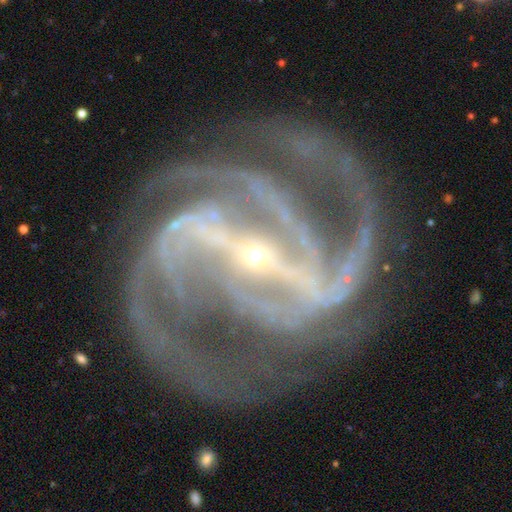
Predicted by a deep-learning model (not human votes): A featured or disk galaxy (93%) with a strong bar (84%), 3 (28%) medium (49%) spiral arms (99%) and a small central bulge (87%).

Vote fractions:
- Smooth or featured? featured or disk: 93% / star or artifact: 5% / smooth: 2%
- Edge-on disk? no: 97% / yes: 3%
- Bar? strong: 84% / weak: 11% / no: 5%
- Spiral arms? yes: 99% / no: 1%
- Spiral winding? medium: 49% / tight: 40% / loose: 11%
- Spiral arm count? 3: 28% / 4: 23% / 2: 22% / can't tell: 10% / more than 4: 9% / 1: 8%
- Bulge size? small: 87% / moderate: 9% / none: 1% / large: 1% / dominant: 1%
- Merging? none: 73% / minor disturbance: 15% / major disturbance: 10% / merger: 2%